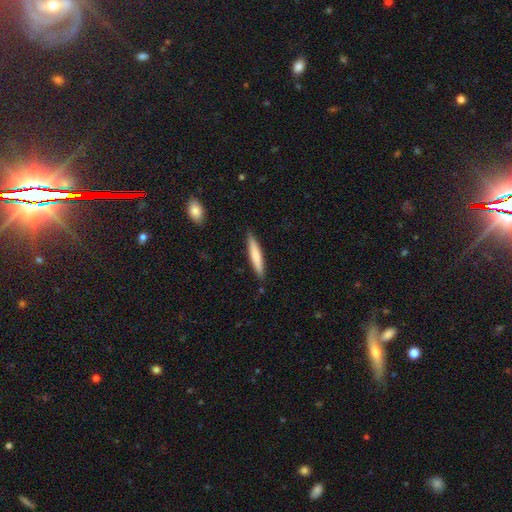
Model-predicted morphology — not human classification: The model was most divided on "smooth or featured": smooth: 74%, featured or disk: 20%, star or artifact: 5%. More confident: how rounded — cigar-shaped (91%); merging — none (88%).